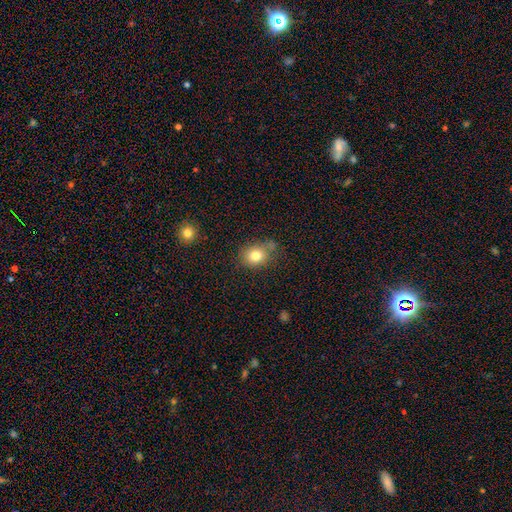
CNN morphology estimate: type=smooth (79%); roundness=round (61%); merging=none (63%).